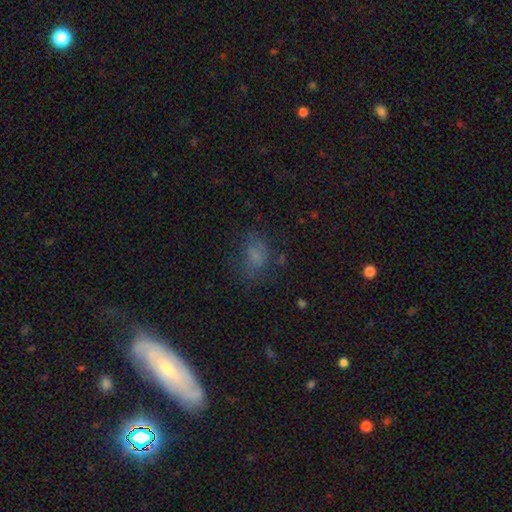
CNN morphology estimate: type=smooth (61%); roundness=in between (67%); merging=none (56%).